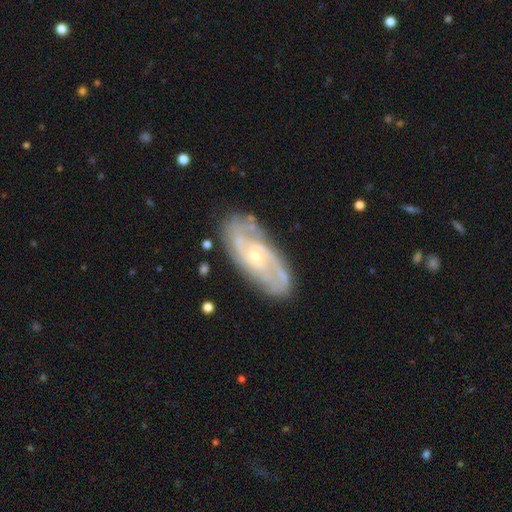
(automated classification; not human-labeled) smooth_or_featured: featured or disk (p=0.84) [alt: smooth p=0.10]
disk_edge_on: no (p=0.93) [alt: yes p=0.07]
bar: no (p=0.65) [alt: weak p=0.29]
has_spiral_arms: yes (p=0.94) [alt: no p=0.06]
spiral_winding: tight (p=0.48) [alt: medium p=0.40]
spiral_arm_count: 2 (p=0.46) [alt: can't tell p=0.26]
bulge_size: small (p=0.70) [alt: moderate p=0.26]
merging: none (p=0.78) [alt: minor disturbance p=0.16]